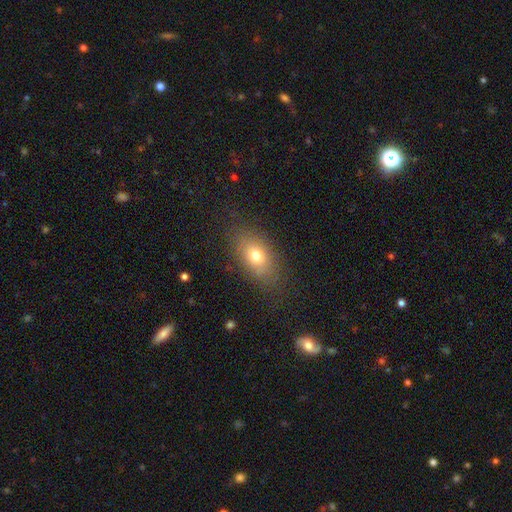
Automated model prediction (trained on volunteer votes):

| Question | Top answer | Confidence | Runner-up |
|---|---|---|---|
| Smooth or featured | smooth | 73% | featured or disk (16%) |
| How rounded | in between | 82% | round (14%) |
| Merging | none | 79% | minor disturbance (14%) |